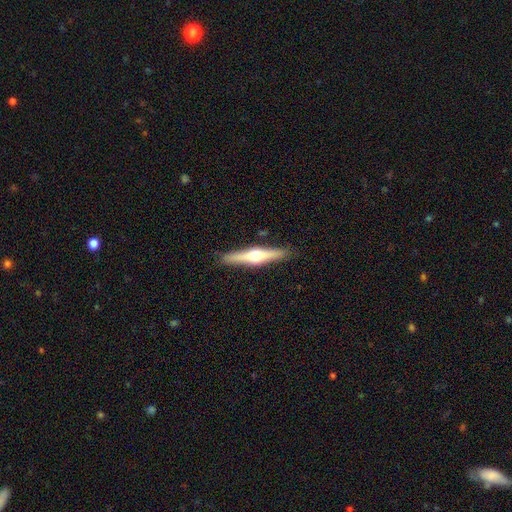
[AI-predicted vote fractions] smooth-or-featured: featured or disk: 67% | smooth: 28% | star or artifact: 5%
  disk-edge-on: yes: 97% | no: 3%
    edge-on-bulge: rounded: 94% | boxy: 3% | none: 3%
  merging: none: 90% | minor disturbance: 7% | major disturbance: 2% | merger: 1%